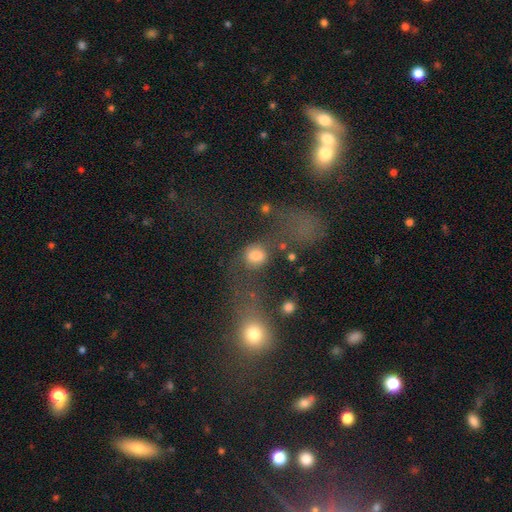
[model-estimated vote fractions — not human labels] Smooth or featured? smooth (71%)
How rounded? round (59%)
Merging? none (38%)